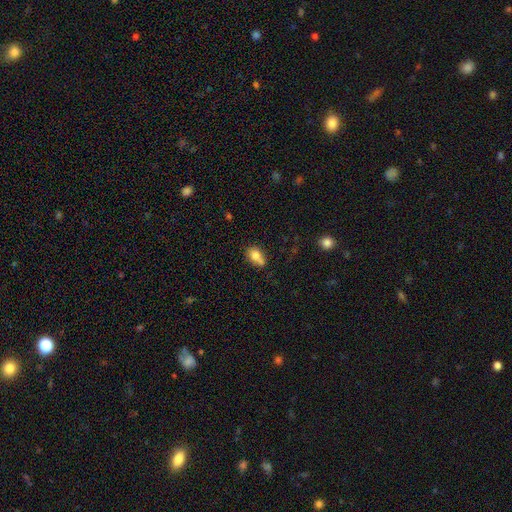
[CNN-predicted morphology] This appears to be a smooth galaxy with no disk features (77%) that is in between round and cigar-shaped (67%). Merging: none (41%).